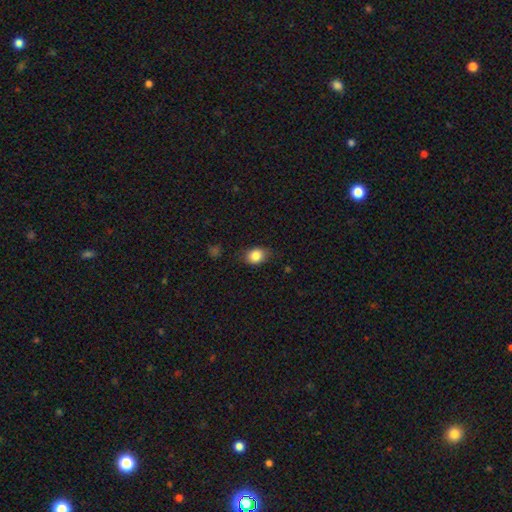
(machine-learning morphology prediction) A smooth galaxy with no disk features (84%) that is in between round and cigar-shaped (63%).

Vote fractions:
- Smooth or featured? smooth: 84% / star or artifact: 9% / featured or disk: 7%
- How rounded? in between: 63% / round: 36% / cigar-shaped: 1%
- Merging? none: 77% / minor disturbance: 18% / major disturbance: 4% / merger: 1%